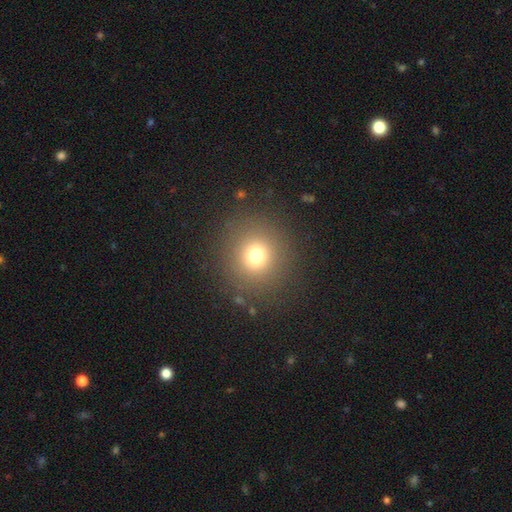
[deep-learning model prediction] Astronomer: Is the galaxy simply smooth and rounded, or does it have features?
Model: smooth — 73%.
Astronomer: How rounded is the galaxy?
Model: round — 93%.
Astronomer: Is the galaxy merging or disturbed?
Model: none — 87%.